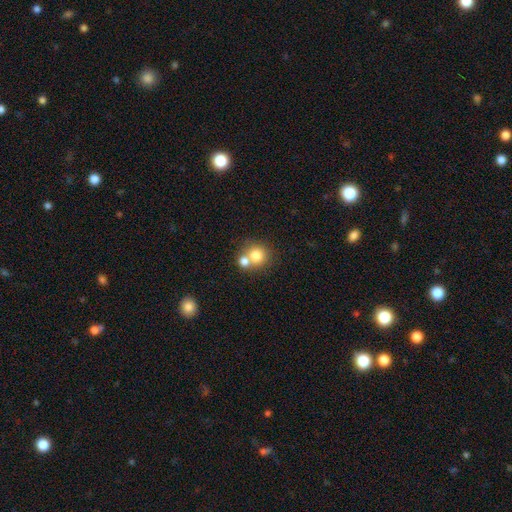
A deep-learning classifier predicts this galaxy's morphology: This appears to be a smooth galaxy with no disk features (77%) that is round (86%). Merging: none (46%).